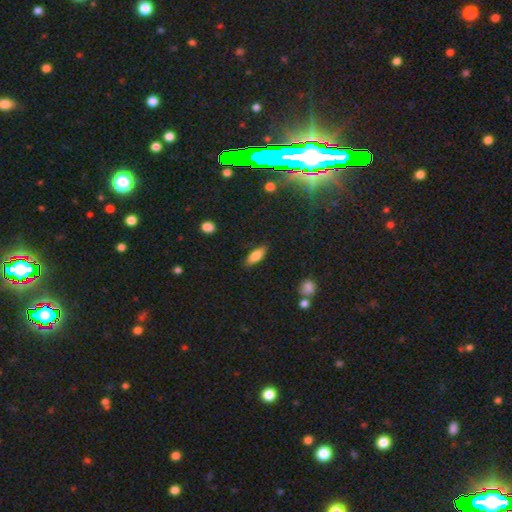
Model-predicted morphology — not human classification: A smooth galaxy with no disk features (78%) that is in between round and cigar-shaped (70%).

Vote fractions:
- Smooth or featured? smooth: 78% / featured or disk: 14% / star or artifact: 7%
- How rounded? in between: 70% / cigar-shaped: 28% / round: 3%
- Merging? none: 85% / minor disturbance: 11% / major disturbance: 3% / merger: 1%